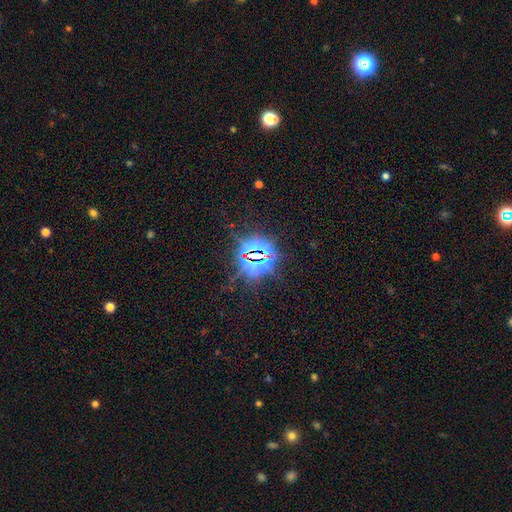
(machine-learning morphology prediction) Q: Smooth or featured?
A: star or artifact (84%); runner-up: smooth (9%)